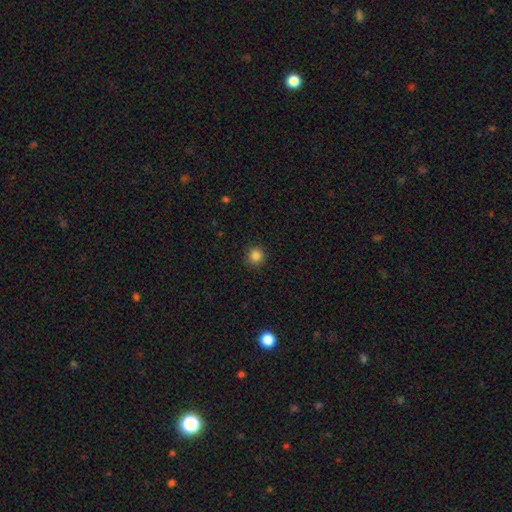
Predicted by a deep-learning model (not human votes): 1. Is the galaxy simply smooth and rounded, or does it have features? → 84% smooth, 12% star or artifact, 3% featured or disk.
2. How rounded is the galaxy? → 94% round, 5% in between, 1% cigar-shaped.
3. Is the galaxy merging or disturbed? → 92% none, 5% minor disturbance, 2% major disturbance, 1% merger.